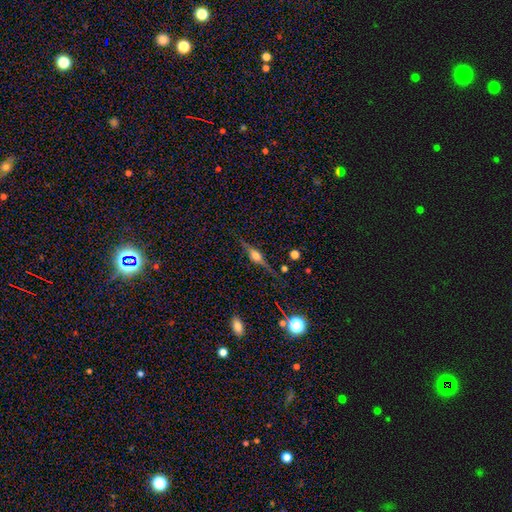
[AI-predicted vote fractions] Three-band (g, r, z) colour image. It shows a featured or disk galaxy (73%) viewed edge-on (96%) with a rounded central bulge (85%). Merging: none (82%).